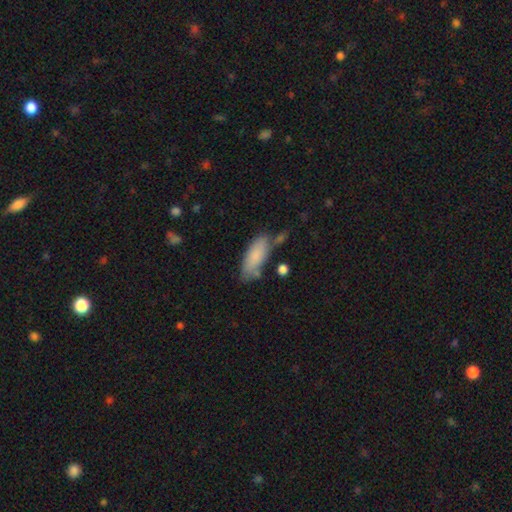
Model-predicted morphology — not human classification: Overall: smooth (82%). How rounded: in between (73%). Merging: none (63%).